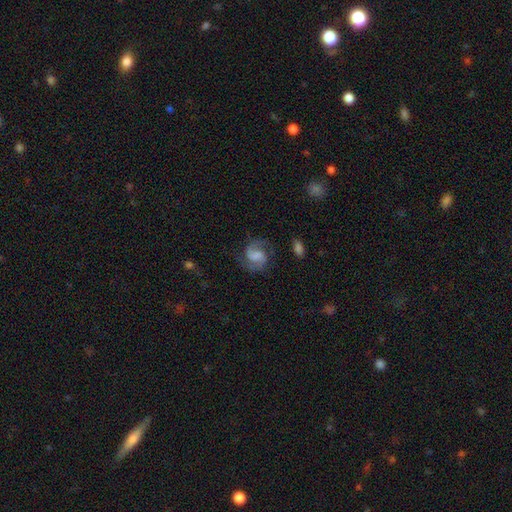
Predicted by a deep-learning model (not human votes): Smooth or featured: featured or disk — 79% (smooth — 14%)
Edge-on disk: no — 98% (yes — 2%)
Bar: weak — 48% (no — 35%)
Spiral arms: yes — 96% (no — 4%)
Spiral winding: medium — 54% (loose — 26%)
Spiral arm count: 2 — 90% (can't tell — 3%)
Bulge size: none — 44% (moderate — 20%)
Merging: none — 72% (minor disturbance — 16%)